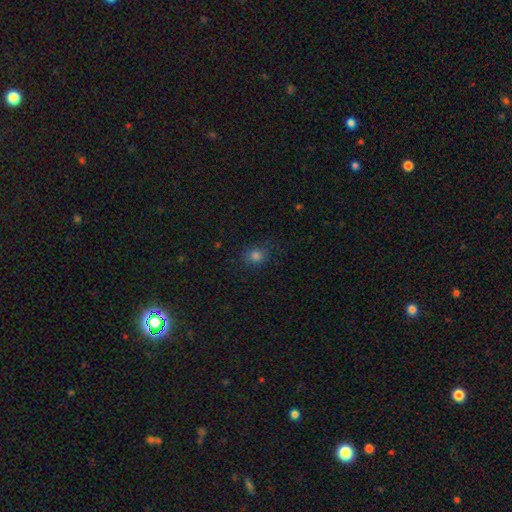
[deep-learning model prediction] Smooth or featured? Predicted: smooth (p=0.80). How rounded? Predicted: round (p=0.65). Merging? Predicted: none (p=0.84).